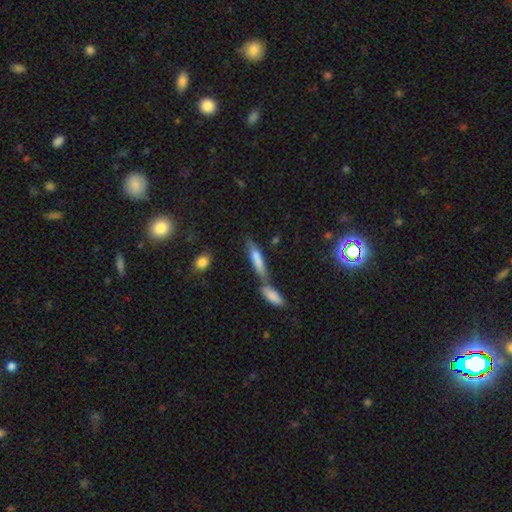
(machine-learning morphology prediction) smooth_or_featured: smooth (p=0.68) [alt: featured or disk p=0.22]
how_rounded: cigar-shaped (p=0.76) [alt: in between p=0.22]
merging: none (p=0.44) [alt: merger p=0.39]